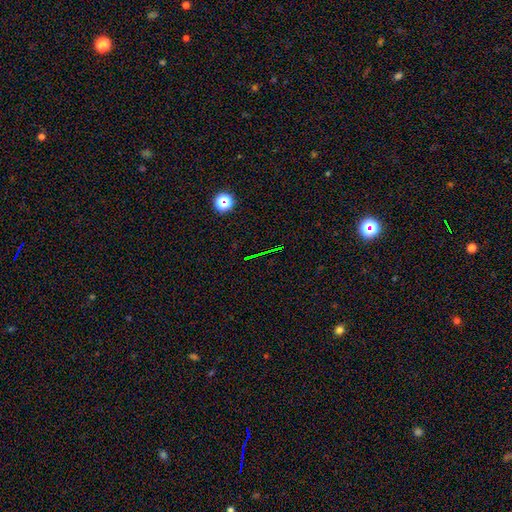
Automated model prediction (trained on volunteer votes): Overall: star or artifact (75%).